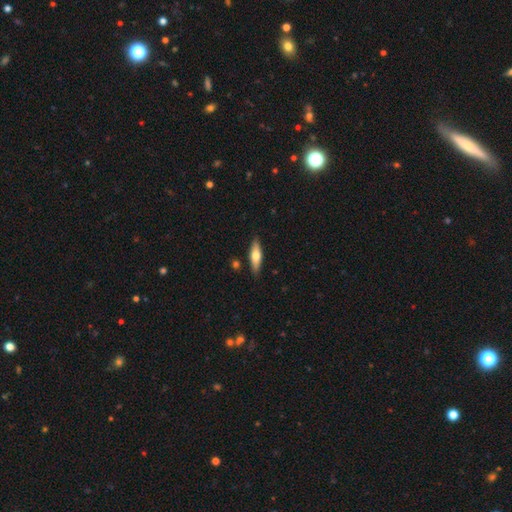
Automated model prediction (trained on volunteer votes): A smooth galaxy with no disk features (61%) that is cigar-shaped (64%). Merging: none (86%).